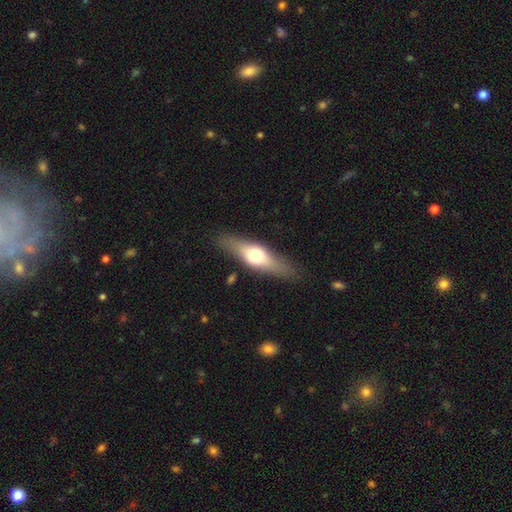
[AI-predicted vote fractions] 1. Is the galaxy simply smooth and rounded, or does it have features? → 47% featured or disk (tied), 47% smooth (tied), 6% star or artifact.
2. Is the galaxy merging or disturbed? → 84% none, 11% minor disturbance, 3% major disturbance, 2% merger.